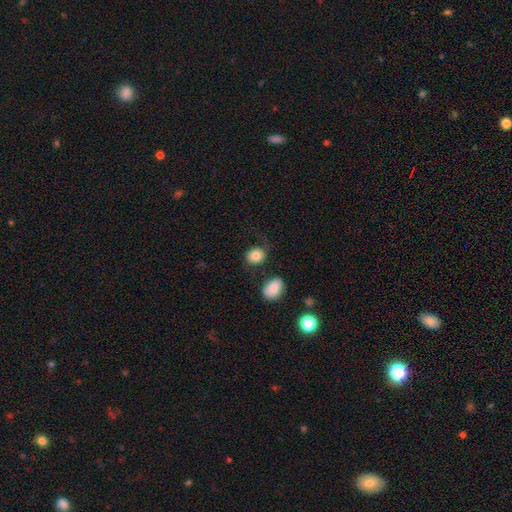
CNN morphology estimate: Smooth or featured? Predicted: smooth (p=0.82). How rounded? Predicted: round (p=0.65). Merging? Predicted: none (p=0.67).